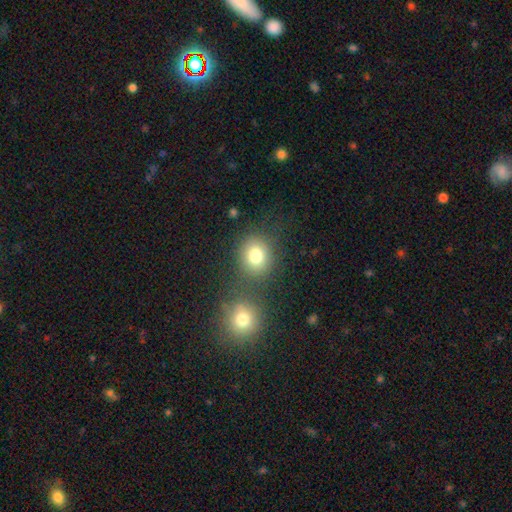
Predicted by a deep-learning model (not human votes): Morphology: type=smooth (79%); roundness=round (74%); merging=none (70%).